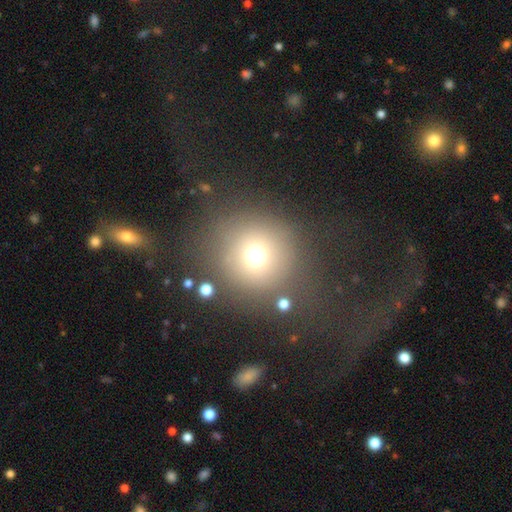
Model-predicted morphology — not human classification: The model was most divided on "smooth or featured": smooth: 69%, star or artifact: 21%, featured or disk: 10%. More confident: how rounded — round (93%); merging — none (78%).